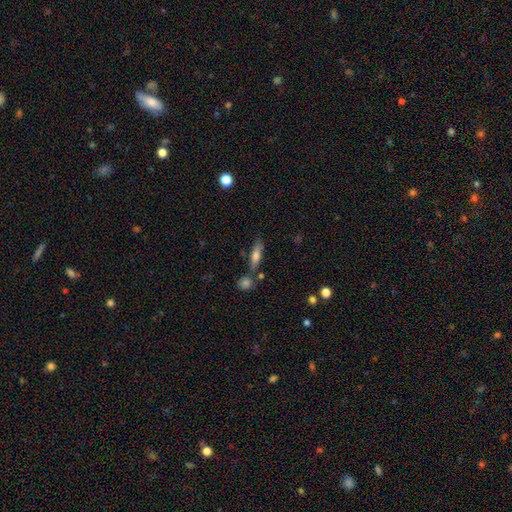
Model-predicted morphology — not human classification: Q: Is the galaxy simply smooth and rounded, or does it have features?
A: smooth — 62%.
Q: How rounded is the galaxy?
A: cigar-shaped — 61%.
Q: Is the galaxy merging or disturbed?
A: none — 70%.